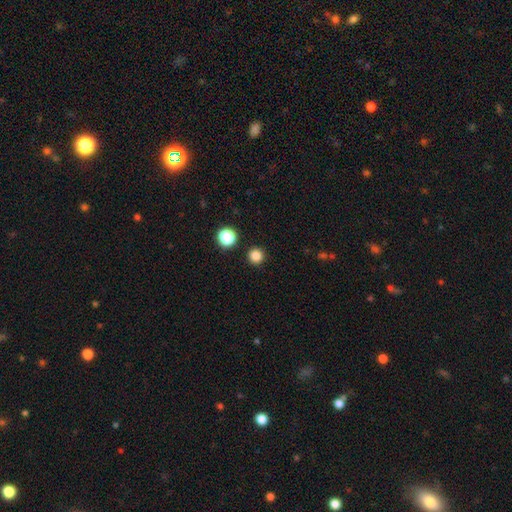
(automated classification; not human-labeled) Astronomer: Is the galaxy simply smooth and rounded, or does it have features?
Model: smooth — 83%.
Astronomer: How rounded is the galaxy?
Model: round — 96%.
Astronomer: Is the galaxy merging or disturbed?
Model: none — 92%.